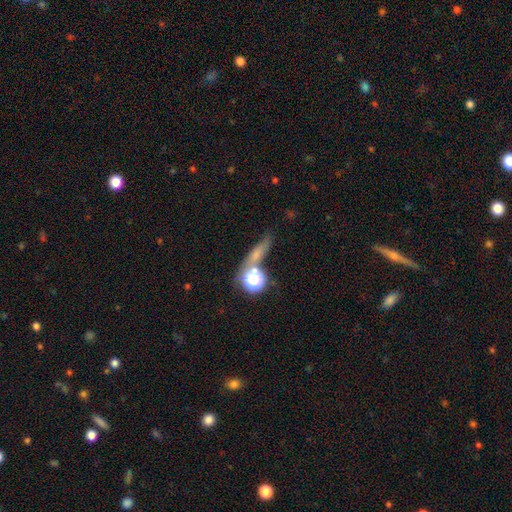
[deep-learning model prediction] Smooth or featured? smooth (49%)
Merging? none (57%)